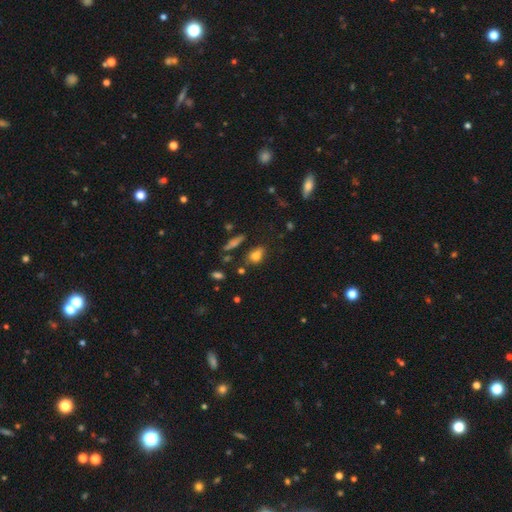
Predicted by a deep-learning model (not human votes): smooth 75%, star or artifact 14%, featured or disk 11%. Down the decision tree: how rounded — in between (65%); merging — none (59%).